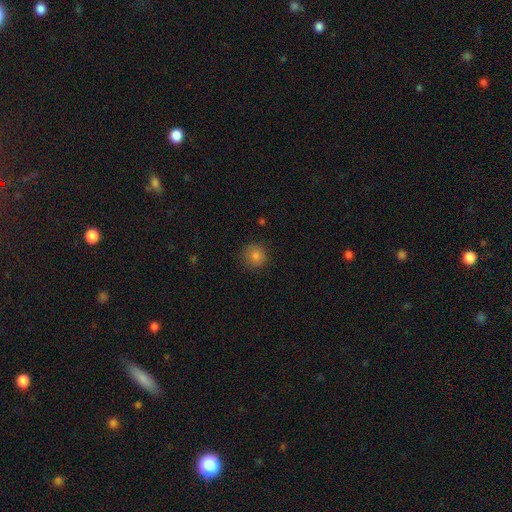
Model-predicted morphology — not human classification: Smooth or featured? Predicted: smooth (p=0.81). How rounded? Predicted: round (p=0.94). Merging? Predicted: none (p=0.89).